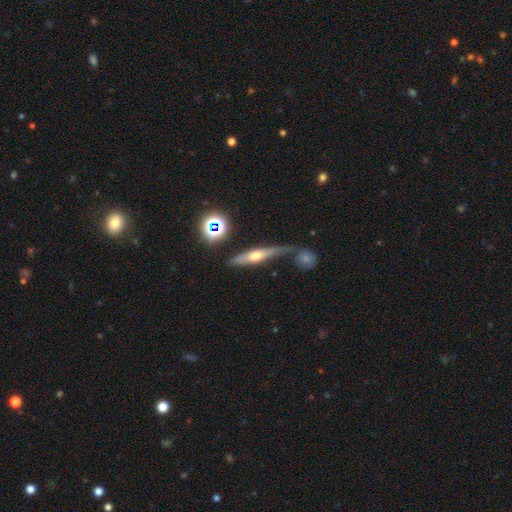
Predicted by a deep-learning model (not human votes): A featured or disk galaxy (46%).

Vote fractions:
- Smooth or featured? featured or disk: 46% / smooth: 42% / star or artifact: 13%
- Merging? none: 56% / minor disturbance: 19% / merger: 15% / major disturbance: 10%